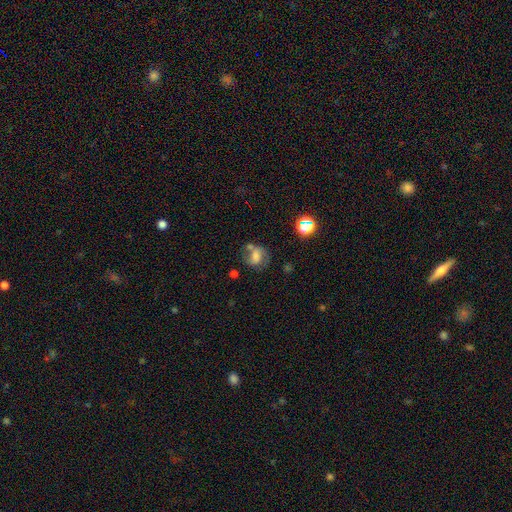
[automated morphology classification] A featured or disk galaxy (46%). Merging: none (47%).